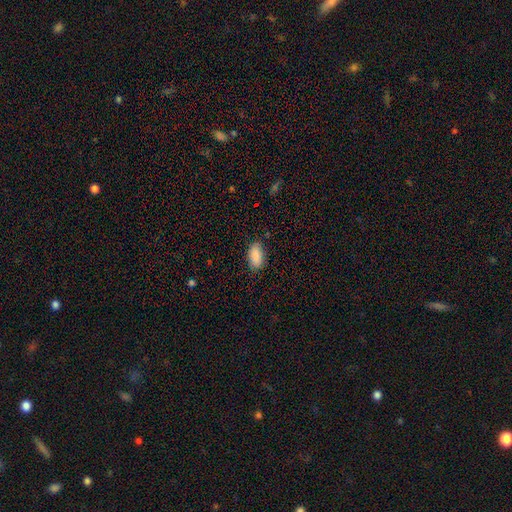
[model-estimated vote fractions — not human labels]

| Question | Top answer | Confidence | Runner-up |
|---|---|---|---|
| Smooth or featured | smooth | 89% | star or artifact (7%) |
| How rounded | in between | 92% | cigar-shaped (5%) |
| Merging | none | 82% | minor disturbance (14%) |